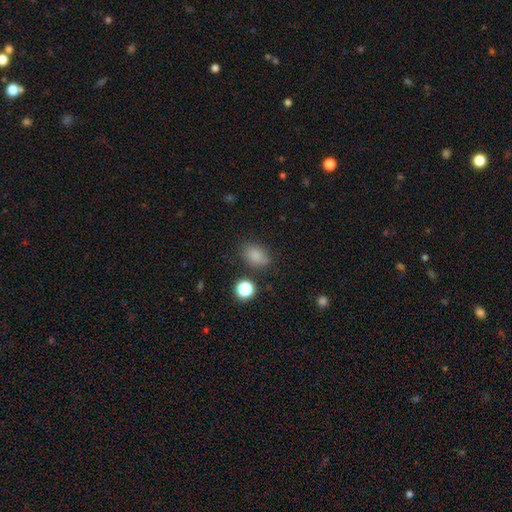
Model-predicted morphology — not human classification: Smooth or featured? smooth (81%)
How rounded? in between (71%)
Merging? none (74%)